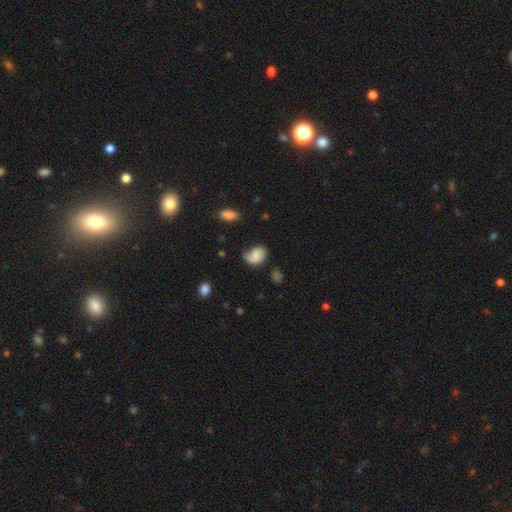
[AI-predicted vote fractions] Morphology: type=smooth (60%); roundness=in between (68%); merging=none (44%).